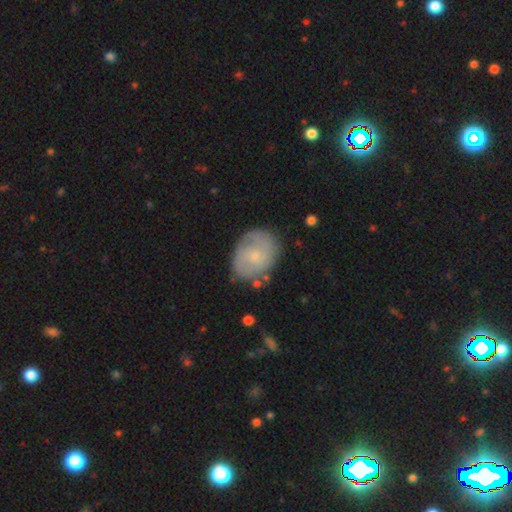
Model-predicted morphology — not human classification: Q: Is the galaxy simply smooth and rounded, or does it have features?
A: featured or disk — 50%.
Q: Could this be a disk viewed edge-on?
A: no — 97%.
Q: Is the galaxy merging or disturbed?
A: none — 74%.